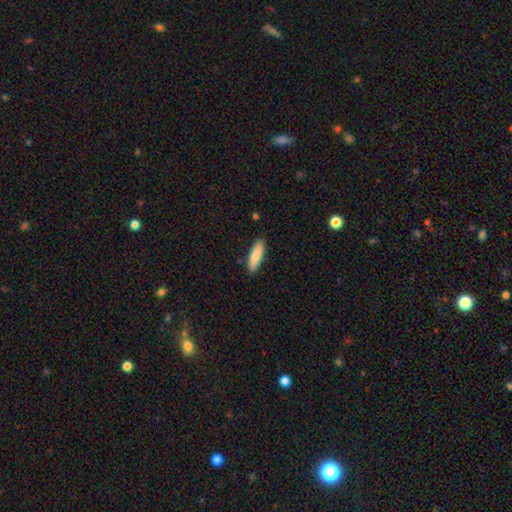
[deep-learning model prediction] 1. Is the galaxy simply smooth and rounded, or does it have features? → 83% smooth, 12% featured or disk, 6% star or artifact.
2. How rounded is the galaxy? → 59% cigar-shaped, 39% in between, 2% round.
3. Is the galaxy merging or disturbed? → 88% none, 9% minor disturbance, 2% major disturbance, 1% merger.